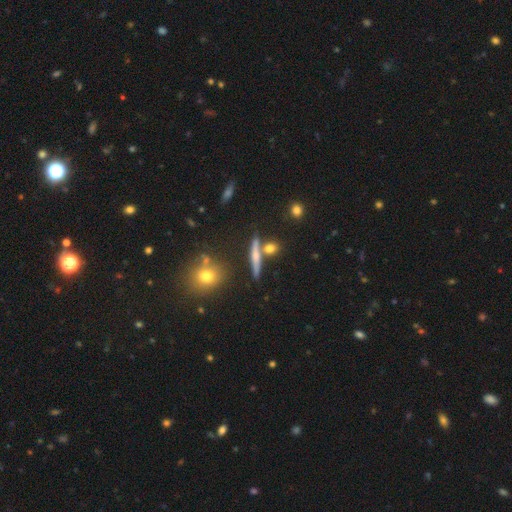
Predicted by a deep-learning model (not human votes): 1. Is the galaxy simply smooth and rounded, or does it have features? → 47% featured or disk, 42% smooth, 11% star or artifact.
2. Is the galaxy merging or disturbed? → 72% none, 14% merger, 10% minor disturbance, 4% major disturbance.